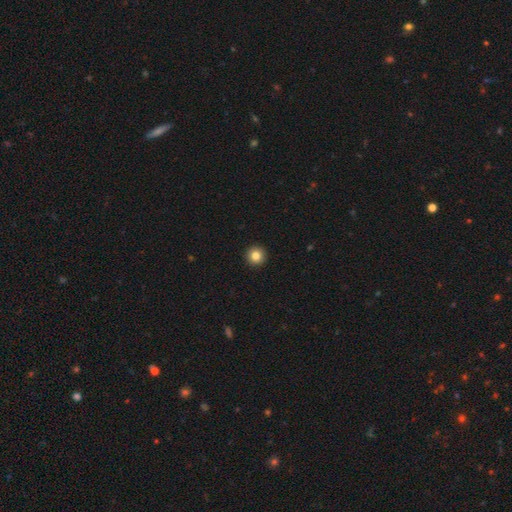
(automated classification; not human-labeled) smooth_or_featured: smooth (p=0.84) [alt: star or artifact p=0.11]
how_rounded: round (p=0.96) [alt: in between p=0.03]
merging: none (p=0.94) [alt: minor disturbance p=0.04]